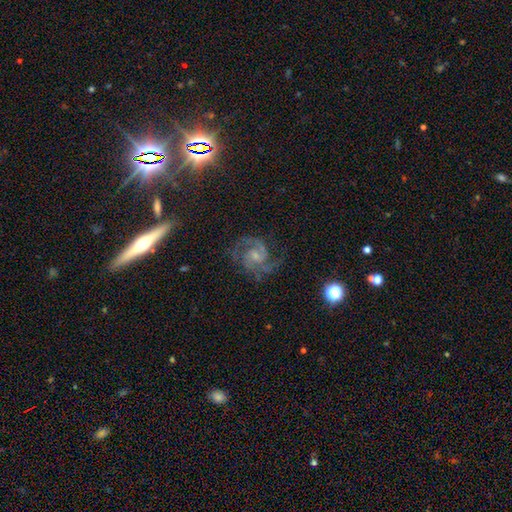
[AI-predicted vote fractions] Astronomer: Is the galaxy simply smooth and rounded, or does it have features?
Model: featured or disk — 87%.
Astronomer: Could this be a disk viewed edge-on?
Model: no — 97%.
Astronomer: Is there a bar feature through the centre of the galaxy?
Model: no — 54% (runner-up: weak, 36%).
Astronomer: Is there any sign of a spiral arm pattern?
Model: yes — 98%.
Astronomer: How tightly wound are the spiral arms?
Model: medium — 51% (runner-up: tight, 40%).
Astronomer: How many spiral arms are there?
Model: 2 — 73%.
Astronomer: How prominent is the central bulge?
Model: small — 57% (runner-up: moderate, 33%).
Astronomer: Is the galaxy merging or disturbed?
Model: none — 77%.